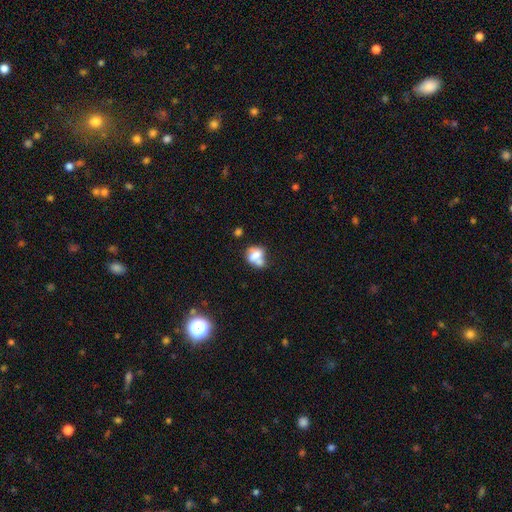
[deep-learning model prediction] Overall: smooth (64%; featured or disk 25%). How rounded: in between (60%; round 37%). Merging: merger (44%; none 29%).